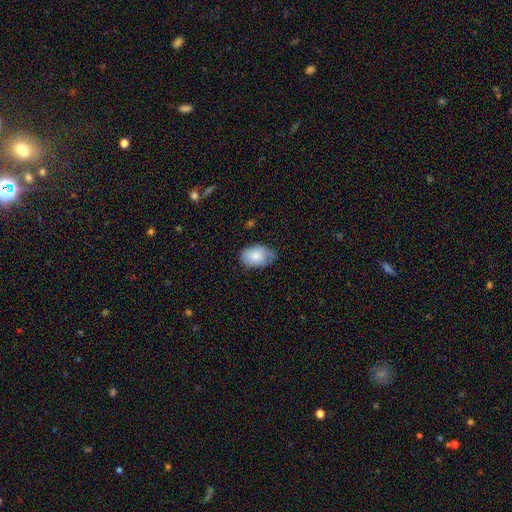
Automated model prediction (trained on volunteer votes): Smooth or featured? Predicted: smooth (p=0.78). How rounded? Predicted: in between (p=0.89). Merging? Predicted: none (p=0.61).